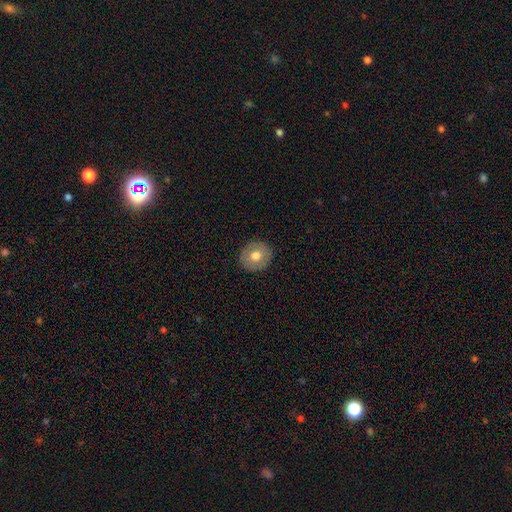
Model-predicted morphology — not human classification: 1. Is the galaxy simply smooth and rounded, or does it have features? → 70% smooth, 22% featured or disk, 7% star or artifact.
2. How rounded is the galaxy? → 84% round, 15% in between, 1% cigar-shaped.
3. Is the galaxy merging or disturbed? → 90% none, 7% minor disturbance, 2% major disturbance, 1% merger.